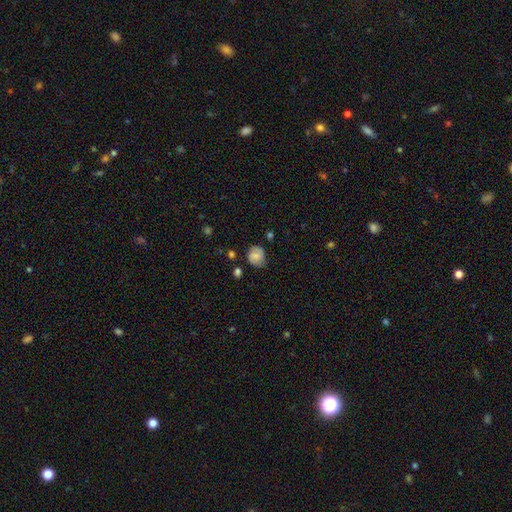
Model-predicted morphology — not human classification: type=smooth (63%); roundness=round (66%); merging=none (69%).